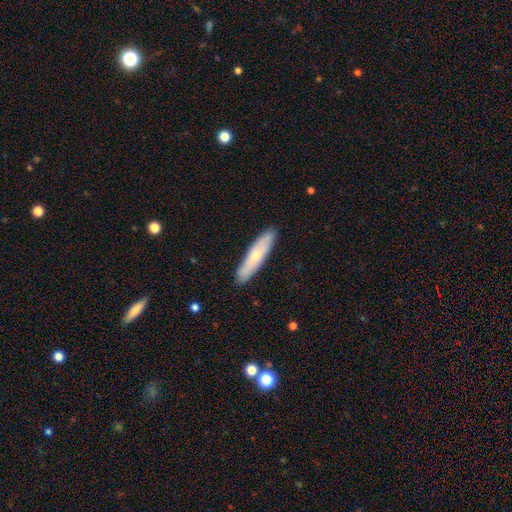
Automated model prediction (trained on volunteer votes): A smooth galaxy with no disk features (56%) that is cigar-shaped (79%). Merging: none (88%).